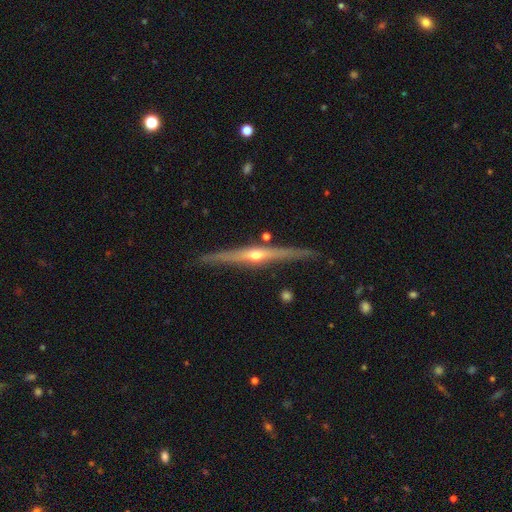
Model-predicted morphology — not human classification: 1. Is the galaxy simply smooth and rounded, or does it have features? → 80% featured or disk, 15% smooth, 6% star or artifact.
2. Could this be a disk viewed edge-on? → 97% yes, 3% no.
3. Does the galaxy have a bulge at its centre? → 90% rounded, 7% none, 3% boxy.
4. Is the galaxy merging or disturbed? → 83% none, 11% minor disturbance, 3% merger, 2% major disturbance.